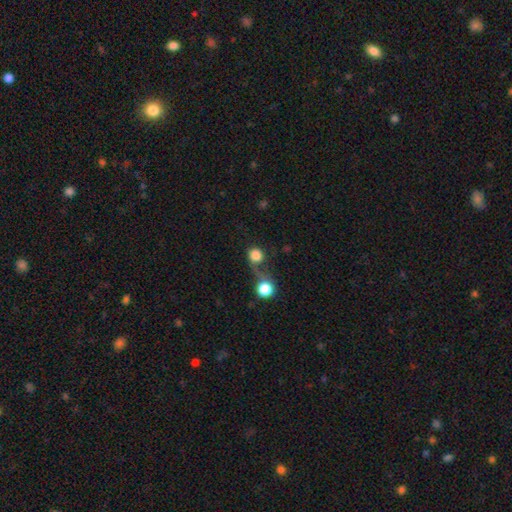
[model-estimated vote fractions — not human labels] Smooth or featured?
  - smooth: 81% *
  - star or artifact: 10%
  - featured or disk: 8%
How rounded?
  - round: 86% *
  - in between: 13%
  - cigar-shaped: 1%
Merging?
  - none: 40% *
  - merger: 31%
  - major disturbance: 16%
  - minor disturbance: 14%